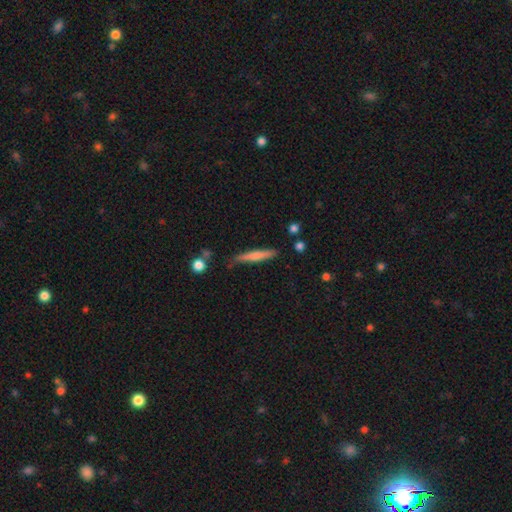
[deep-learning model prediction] Smooth or featured? smooth (64%)
How rounded? cigar-shaped (93%)
Merging? none (79%)